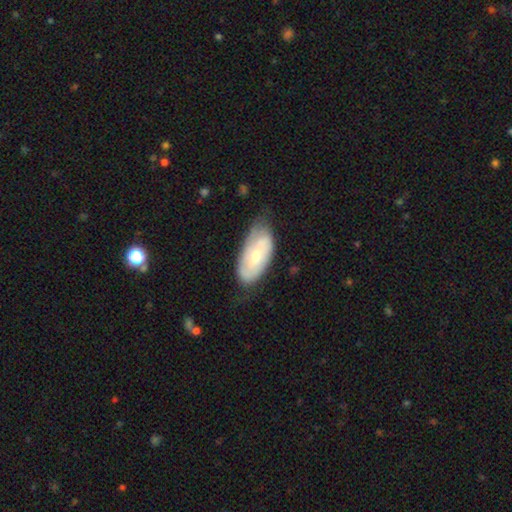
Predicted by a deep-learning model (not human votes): A featured or disk galaxy (52%).

Vote fractions:
- Smooth or featured? featured or disk: 52% / smooth: 42% / star or artifact: 6%
- Edge-on disk? no: 91% / yes: 9%
- Merging? none: 61% / minor disturbance: 30% / major disturbance: 8% / merger: 2%